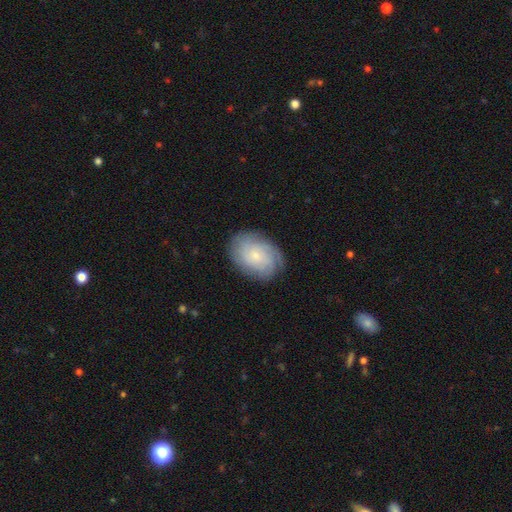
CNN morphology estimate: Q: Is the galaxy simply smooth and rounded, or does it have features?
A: featured or disk — 51%.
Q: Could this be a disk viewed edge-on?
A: no — 96%.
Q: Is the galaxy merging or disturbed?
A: none — 79%.